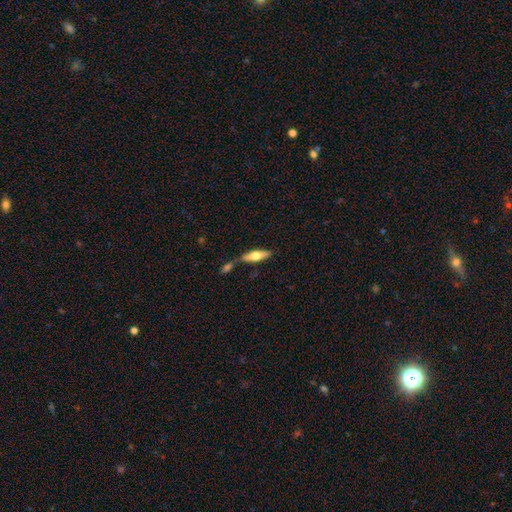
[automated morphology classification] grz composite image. It shows a smooth galaxy with no disk features (55%) that is cigar-shaped (56%). Merging: none (55%).